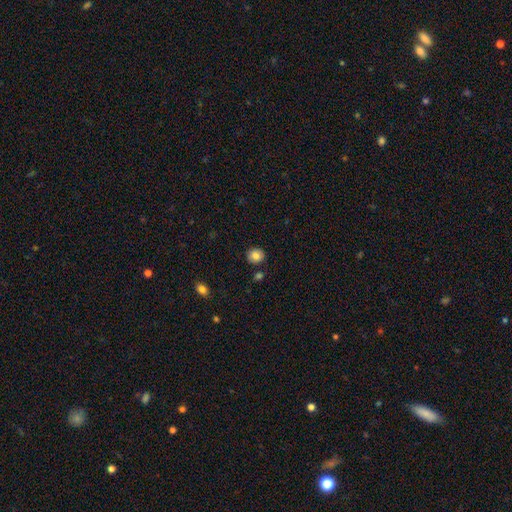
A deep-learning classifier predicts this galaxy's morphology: smooth_or_featured: smooth (p=0.84) [alt: star or artifact p=0.09]
how_rounded: round (p=0.82) [alt: in between p=0.17]
merging: none (p=0.87) [alt: minor disturbance p=0.08]